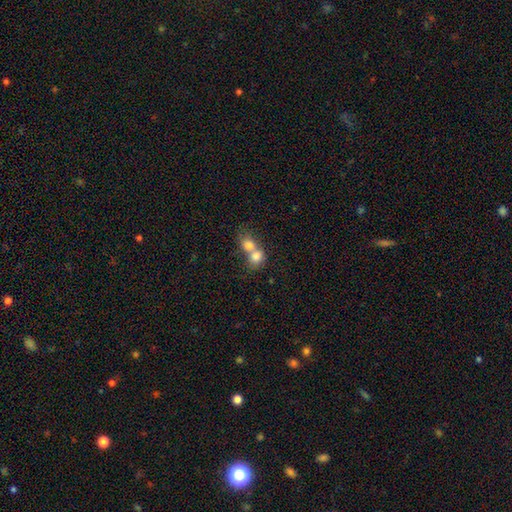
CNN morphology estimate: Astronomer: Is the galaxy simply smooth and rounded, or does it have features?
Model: smooth — 76%.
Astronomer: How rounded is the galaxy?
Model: round — 58% (runner-up: in between, 41%).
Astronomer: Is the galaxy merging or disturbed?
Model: merger — 76%.